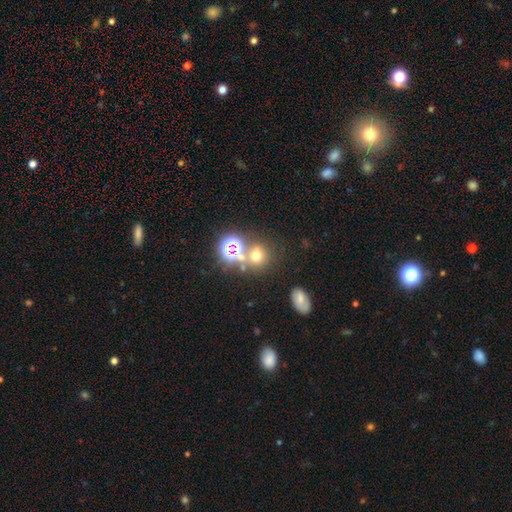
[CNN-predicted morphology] This is possibly a smooth galaxy (60%). How rounded: clearly round (82%). Merging: likely none (60%).